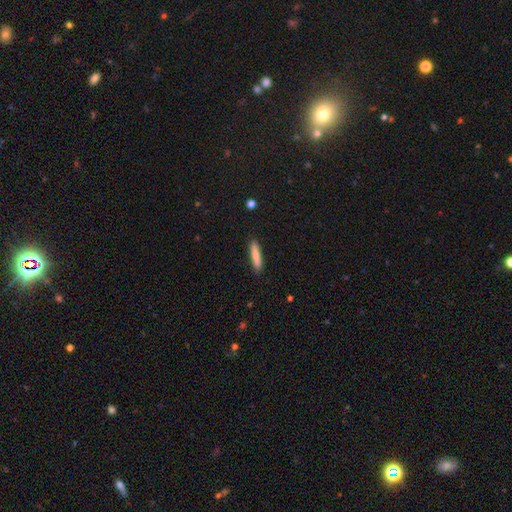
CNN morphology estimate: Smooth or featured? smooth (83%)
How rounded? cigar-shaped (90%)
Merging? none (88%)